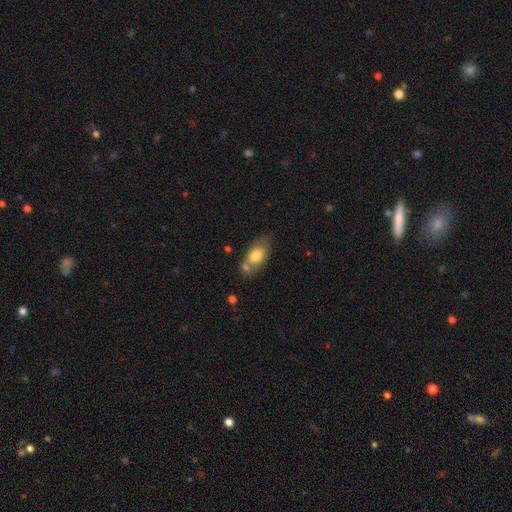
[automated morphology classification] Q: Smooth or featured?
A: smooth (75%); runner-up: featured or disk (18%)
Q: How rounded?
A: in between (87%); runner-up: round (8%)
Q: Merging?
A: none (54%); runner-up: merger (22%)